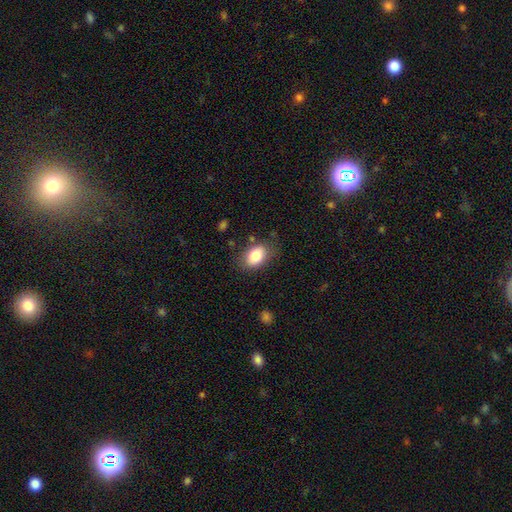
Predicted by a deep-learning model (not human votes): Overall: smooth (82%). How rounded: in between (84%). Merging: none (76%).